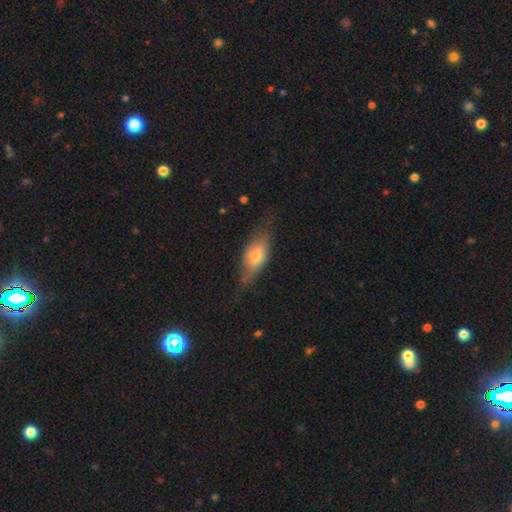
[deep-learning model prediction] Smooth or featured: smooth — 59% (featured or disk — 34%)
How rounded: in between — 76% (cigar-shaped — 20%)
Merging: none — 63% (minor disturbance — 26%)